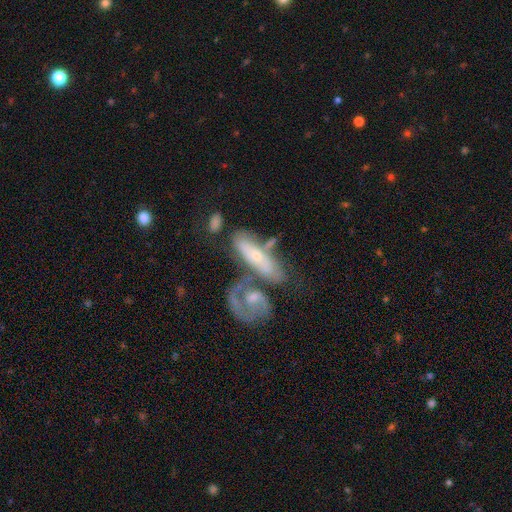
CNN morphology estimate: This appears to be a featured or disk galaxy (58%). Merging: merger (41%).